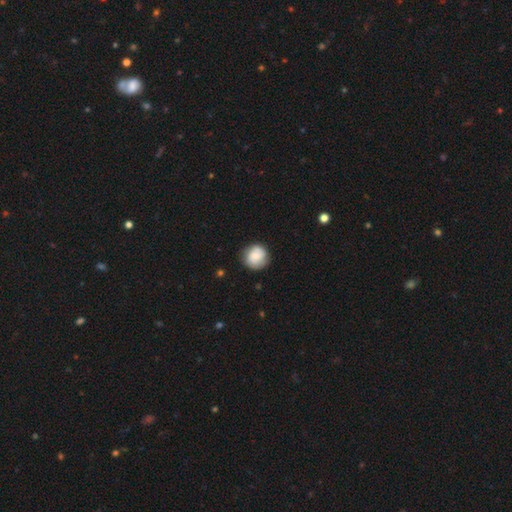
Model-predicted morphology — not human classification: Q: Smooth or featured?
A: smooth (61%); runner-up: featured or disk (31%)
Q: How rounded?
A: round (91%); runner-up: in between (8%)
Q: Merging?
A: none (80%); runner-up: minor disturbance (15%)